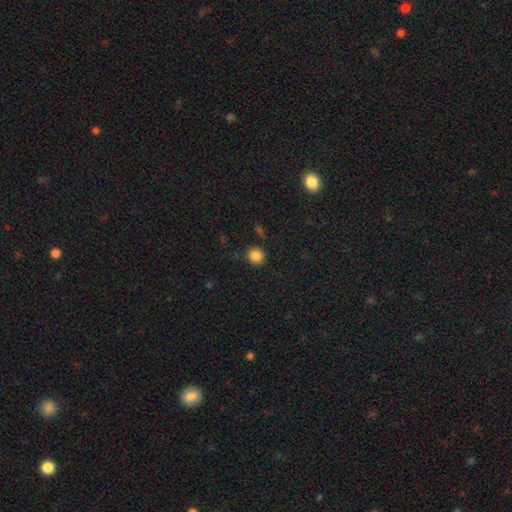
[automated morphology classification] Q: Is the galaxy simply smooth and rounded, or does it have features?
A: smooth — 84%.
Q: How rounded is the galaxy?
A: round — 91%.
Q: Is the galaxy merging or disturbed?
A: none — 86%.